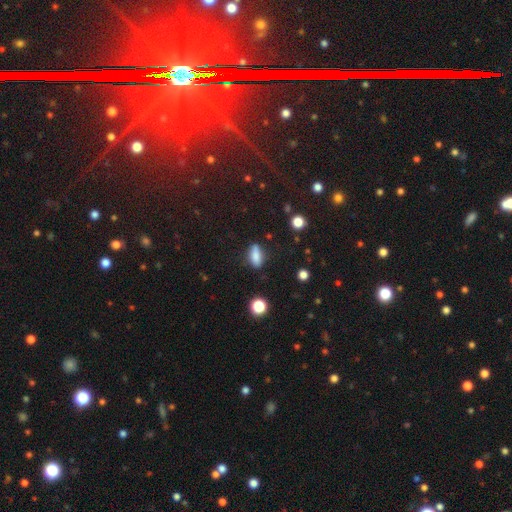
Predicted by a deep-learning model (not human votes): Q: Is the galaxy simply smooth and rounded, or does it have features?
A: smooth — 78%.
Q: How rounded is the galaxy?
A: in between — 72%.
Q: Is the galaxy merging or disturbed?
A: none — 77%.